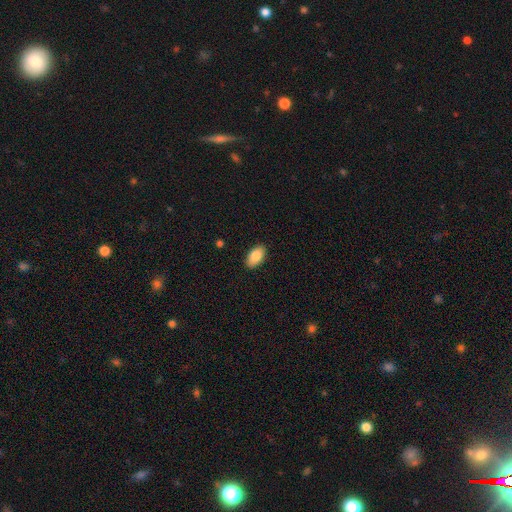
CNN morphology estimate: The model was most divided on "merging": none: 88%, minor disturbance: 9%, major disturbance: 2%, merger: 1%. More confident: how rounded — in between (94%); smooth or featured — smooth (87%).